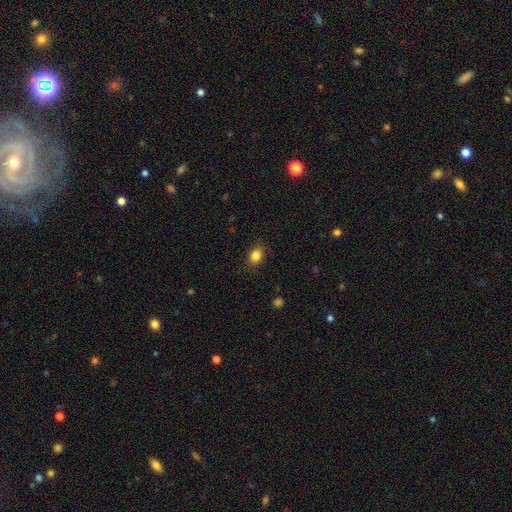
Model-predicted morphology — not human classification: The model was most divided on "how rounded": in between: 66%, round: 32%, cigar-shaped: 1%. More confident: merging — none (85%); smooth or featured — smooth (85%).